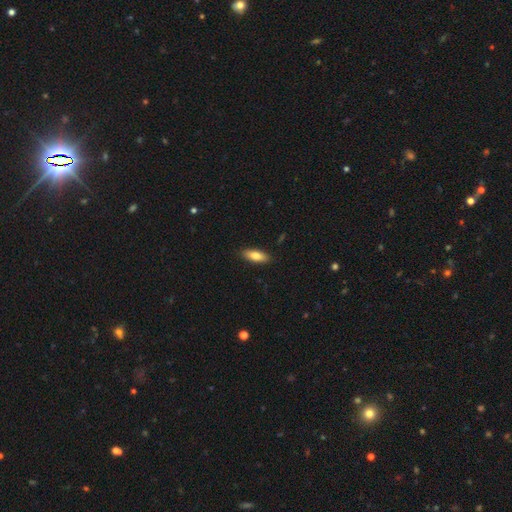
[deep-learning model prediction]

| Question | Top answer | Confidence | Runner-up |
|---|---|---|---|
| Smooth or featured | smooth | 81% | featured or disk (13%) |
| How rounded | in between | 74% | cigar-shaped (24%) |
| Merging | none | 89% | minor disturbance (8%) |